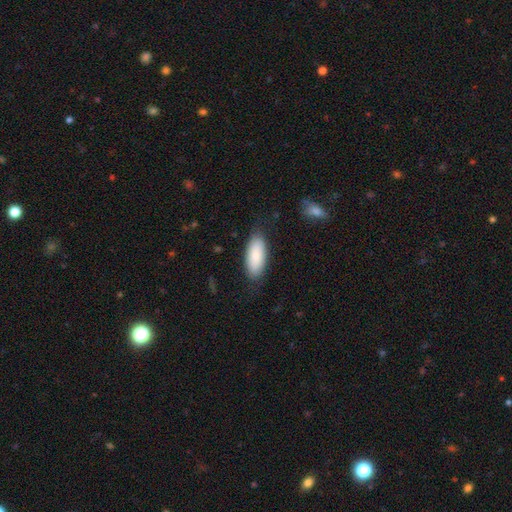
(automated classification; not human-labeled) Morphology: type=smooth (84%); roundness=in between (86%); merging=none (80%).